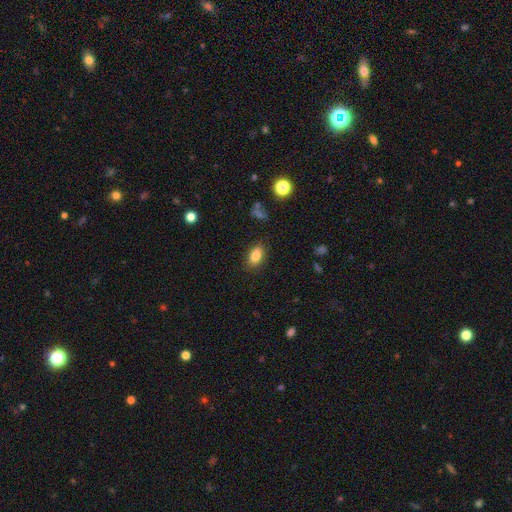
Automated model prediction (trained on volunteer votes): A smooth galaxy with no disk features (82%) that is in between round and cigar-shaped (87%). Merging: none (84%).